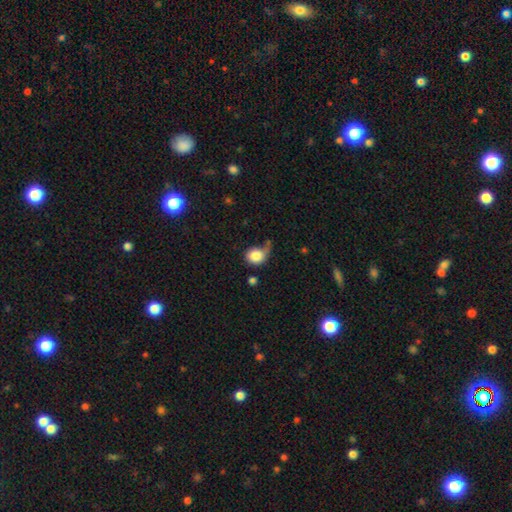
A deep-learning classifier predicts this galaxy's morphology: smooth_or_featured: smooth (p=0.84) [alt: star or artifact p=0.08]
how_rounded: round (p=0.72) [alt: in between p=0.27]
merging: none (p=0.45) [alt: minor disturbance p=0.29]